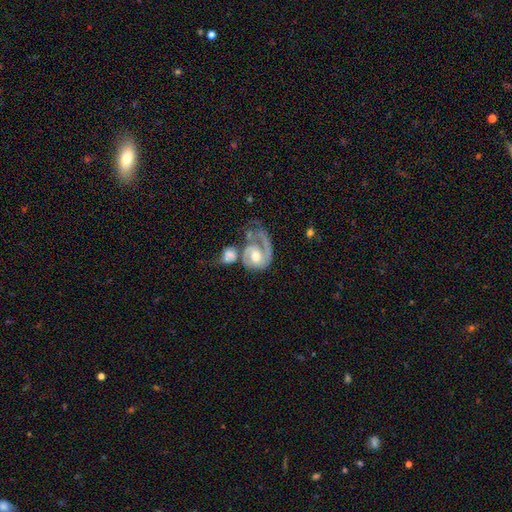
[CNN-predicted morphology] A featured or disk galaxy (81%) with no bar (63%), 1 (58%) tight (39%) spiral arms (92%) and a moderate central bulge (67%).

Vote fractions:
- Smooth or featured? featured or disk: 81% / smooth: 14% / star or artifact: 5%
- Edge-on disk? no: 97% / yes: 3%
- Bar? no: 63% / weak: 29% / strong: 7%
- Spiral arms? yes: 92% / no: 8%
- Spiral winding? tight: 39% / medium: 37% / loose: 25%
- Spiral arm count? 1: 58% / 2: 31% / can't tell: 7% / 3: 2% / 4: 1% / more than 4: 1%
- Bulge size? moderate: 67% / large: 17% / small: 12% / none: 2% / dominant: 2%
- Merging? merger: 41% / major disturbance: 27% / none: 21% / minor disturbance: 11%